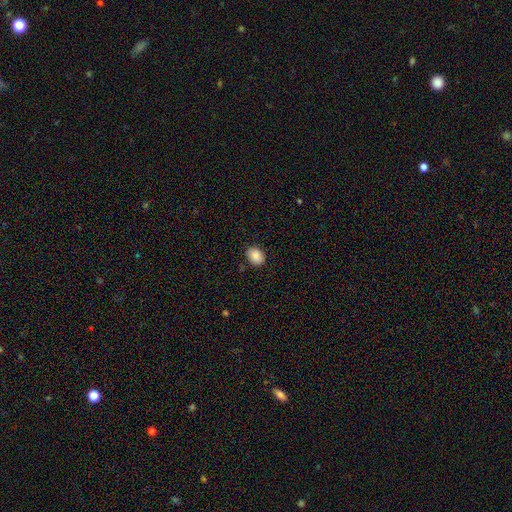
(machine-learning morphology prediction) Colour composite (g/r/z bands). It shows a smooth galaxy with no disk features (87%) that is in between round and cigar-shaped (62%). Merging: none (86%).